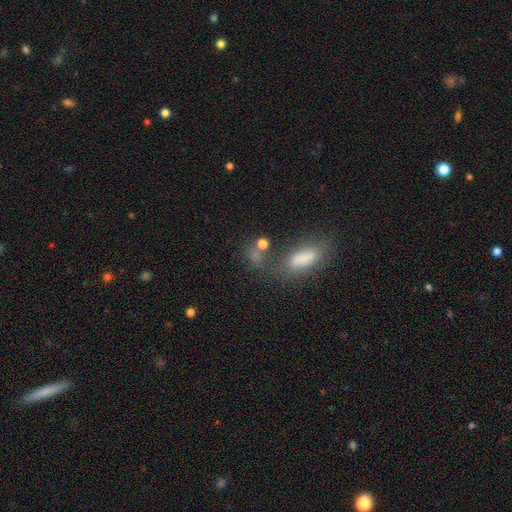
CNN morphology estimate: type=smooth (68%); roundness=in between (51%); merging=none (55%).